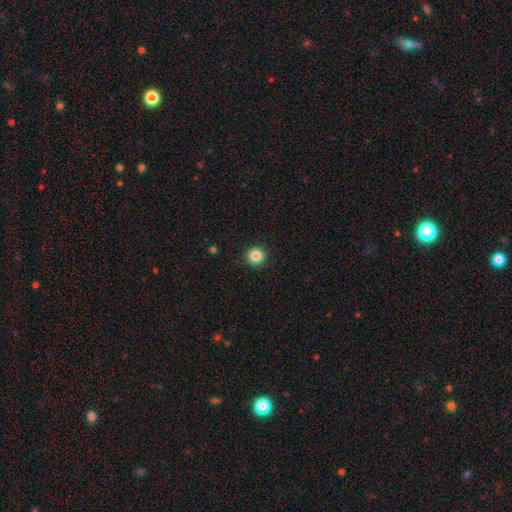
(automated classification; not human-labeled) smooth-or-featured: smooth: 85% | star or artifact: 10% | featured or disk: 4%
  how-rounded: round: 95% | in between: 4% | cigar-shaped: 1%
  merging: none: 92% | minor disturbance: 5% | major disturbance: 2% | merger: 1%